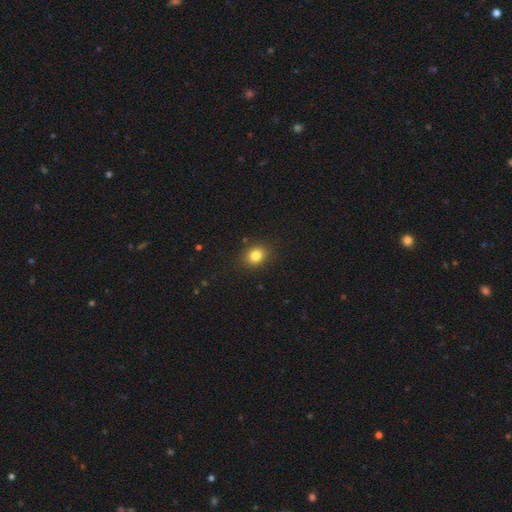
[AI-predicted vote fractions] This is clearly a smooth galaxy (82%). How rounded: possibly round (54%). Merging: clearly none (87%).